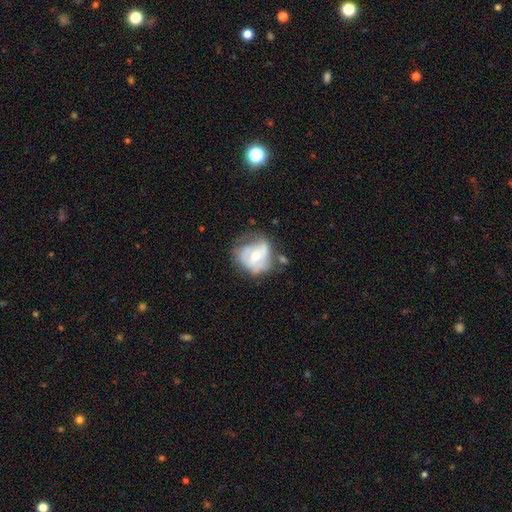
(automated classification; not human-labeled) This is possibly a featured or disk galaxy (56%). It is clearly not viewed edge-on (97%). Bar: likely no (64%). Spiral arm pattern: possibly yes (51%). Central bulge: likely moderate (62%). Merging: marginally none (41%).